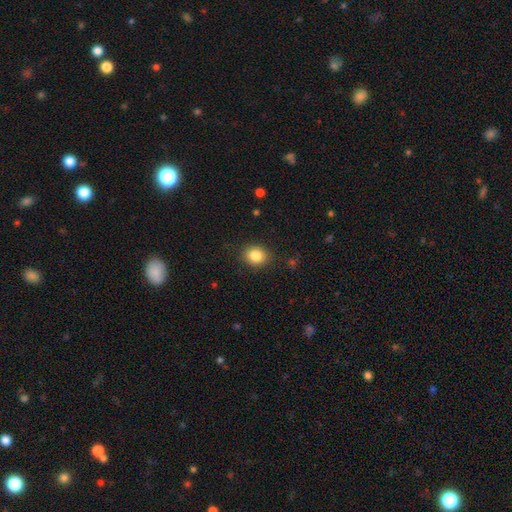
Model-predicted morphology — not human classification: Q: Smooth or featured?
A: smooth (85%); runner-up: star or artifact (10%)
Q: How rounded?
A: round (64%); runner-up: in between (35%)
Q: Merging?
A: none (88%); runner-up: minor disturbance (8%)